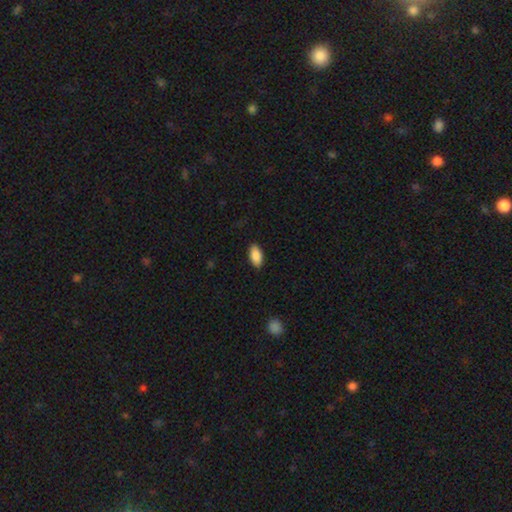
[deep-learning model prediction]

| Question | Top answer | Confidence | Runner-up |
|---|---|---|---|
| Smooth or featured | smooth | 89% | star or artifact (7%) |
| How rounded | in between | 93% | cigar-shaped (5%) |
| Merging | none | 87% | minor disturbance (10%) |